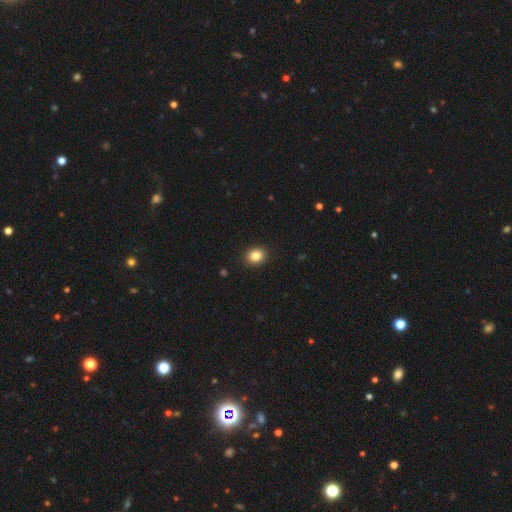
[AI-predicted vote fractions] A smooth galaxy with no disk features (85%) that is round (64%).

Vote fractions:
- Smooth or featured? smooth: 85% / star or artifact: 10% / featured or disk: 5%
- How rounded? round: 64% / in between: 36% / cigar-shaped: 1%
- Merging? none: 92% / minor disturbance: 6% / major disturbance: 2% / merger: 1%